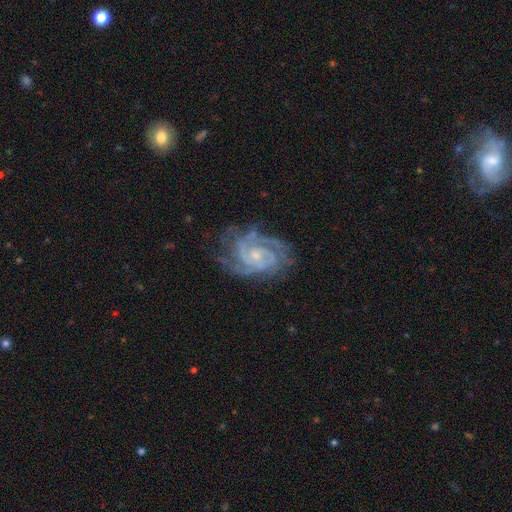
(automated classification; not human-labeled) Morphology: type=featured or disk (91%); edge-on=no (98%); bar=no (63%); spiral arms=yes (98%); winding=tight (65%); arm count=2 (40%); bulge=small (69%); merging=none (72%).